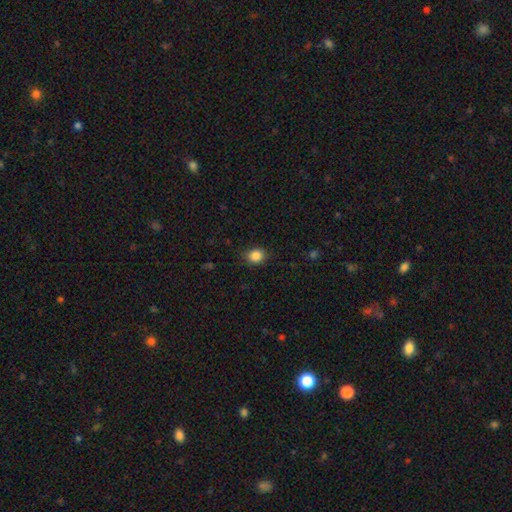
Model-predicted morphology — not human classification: This appears to be a smooth galaxy with no disk features (86%) that is round (66%). Merging: none (86%).